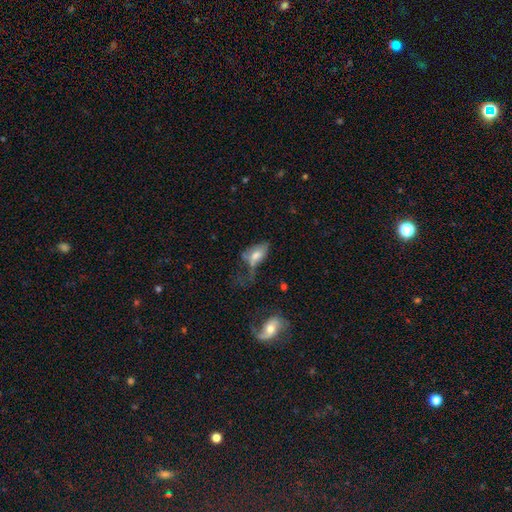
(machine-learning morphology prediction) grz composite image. It shows a smooth galaxy with no disk features (60%) that is in between round and cigar-shaped (88%). Merging: major disturbance (48%).